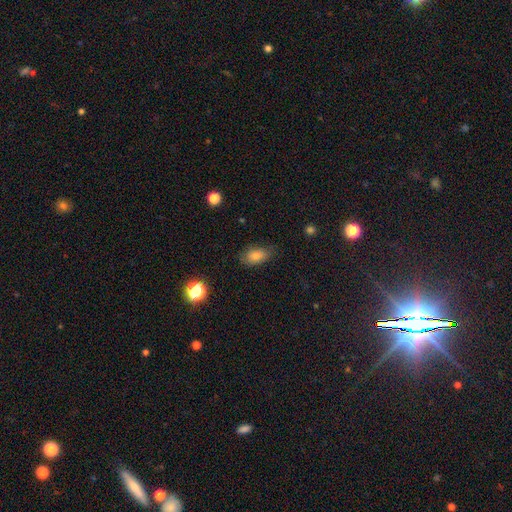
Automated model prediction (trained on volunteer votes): Overall: smooth (80%). How rounded: in between (88%). Merging: none (74%).